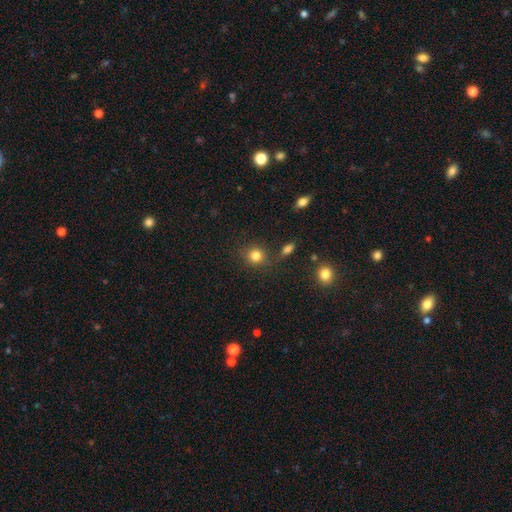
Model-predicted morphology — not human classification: A smooth galaxy with no disk features (83%) that is round (87%). Merging: none (80%).